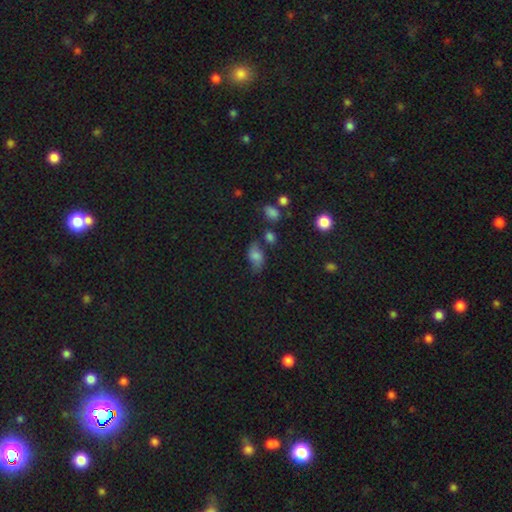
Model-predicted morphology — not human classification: Smooth or featured?
  - smooth: 65% *
  - featured or disk: 21%
  - star or artifact: 14%
How rounded?
  - in between: 86% *
  - round: 11%
  - cigar-shaped: 3%
Merging?
  - none: 53% *
  - minor disturbance: 27%
  - major disturbance: 12%
  - merger: 8%